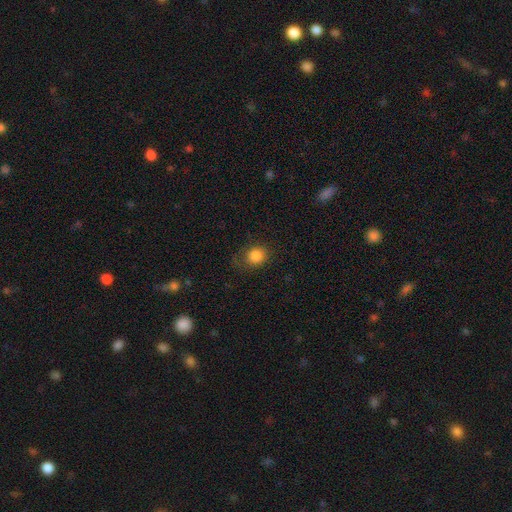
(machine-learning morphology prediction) A smooth galaxy with no disk features (85%) that is round (74%).

Vote fractions:
- Smooth or featured? smooth: 85% / star or artifact: 10% / featured or disk: 6%
- How rounded? round: 74% / in between: 25% / cigar-shaped: 1%
- Merging? none: 74% / minor disturbance: 17% / major disturbance: 7% / merger: 1%